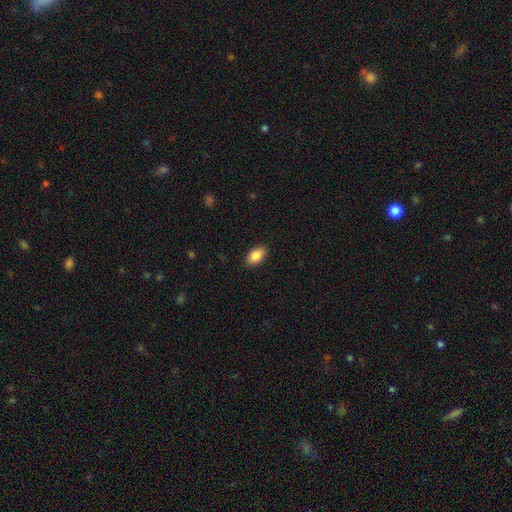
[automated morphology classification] A smooth galaxy with no disk features (88%) that is in between round and cigar-shaped (92%).

Vote fractions:
- Smooth or featured? smooth: 88% / star or artifact: 7% / featured or disk: 5%
- How rounded? in between: 92% / round: 6% / cigar-shaped: 2%
- Merging? none: 88% / minor disturbance: 9% / major disturbance: 2% / merger: 1%